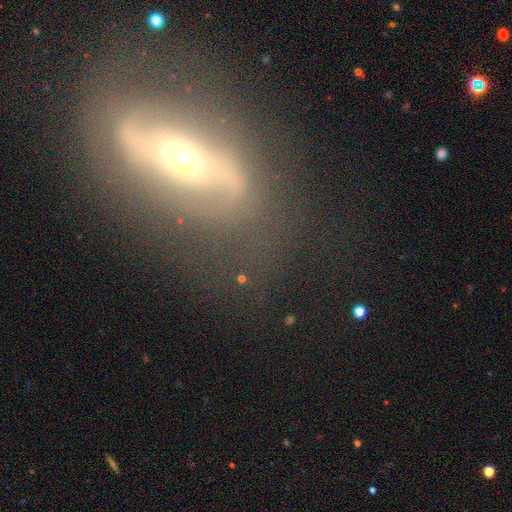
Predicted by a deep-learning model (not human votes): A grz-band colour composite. It shows a featured or disk galaxy (74%) with no bar (42%), spiral arms (71%) and a small central bulge (59%). Merging: none (65%).